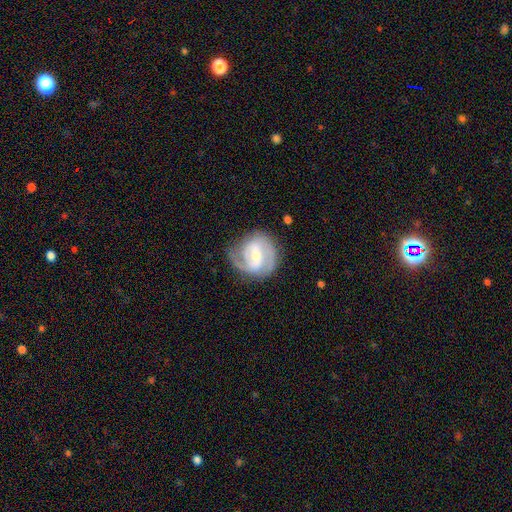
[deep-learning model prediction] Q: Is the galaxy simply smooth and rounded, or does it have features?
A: featured or disk — 80%.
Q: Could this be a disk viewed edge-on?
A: no — 97%.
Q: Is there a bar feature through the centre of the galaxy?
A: weak — 48%.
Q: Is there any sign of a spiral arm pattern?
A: yes — 91%.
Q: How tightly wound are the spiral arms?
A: medium — 43%.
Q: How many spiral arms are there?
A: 2 — 69%.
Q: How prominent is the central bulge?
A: moderate — 48%.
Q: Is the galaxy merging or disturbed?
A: none — 68%.